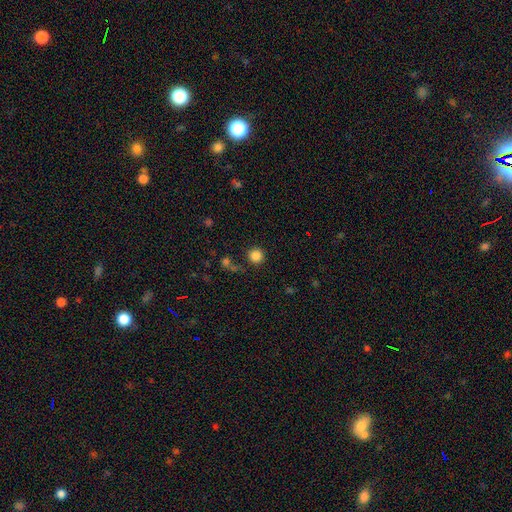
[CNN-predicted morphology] Smooth or featured?
  - smooth: 84% *
  - star or artifact: 12%
  - featured or disk: 4%
How rounded?
  - round: 95% *
  - in between: 4%
  - cigar-shaped: 1%
Merging?
  - none: 84% *
  - minor disturbance: 7%
  - merger: 5%
  - major disturbance: 3%